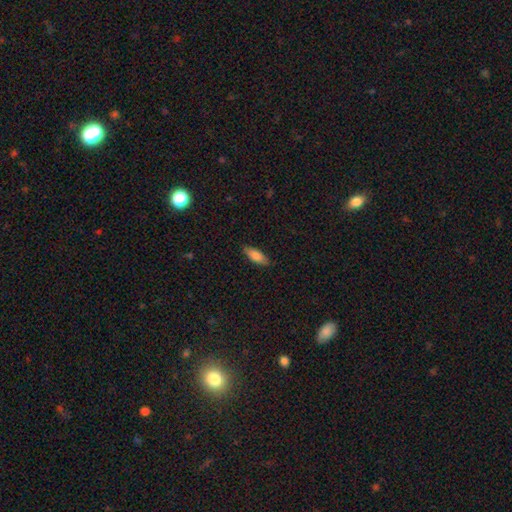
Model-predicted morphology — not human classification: Overall: smooth (82%). How rounded: in between (68%; cigar-shaped 29%). Merging: none (86%).